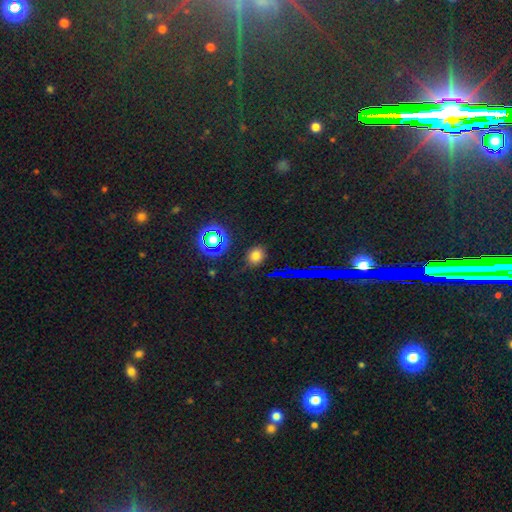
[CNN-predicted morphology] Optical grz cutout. It shows a smooth galaxy with no disk features (69%) that is round (60%). Merging: none (84%).